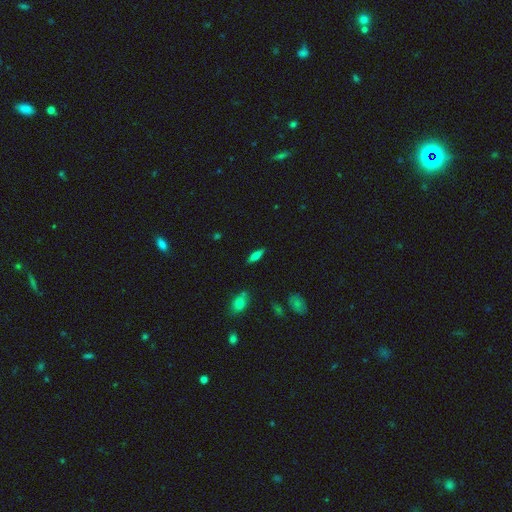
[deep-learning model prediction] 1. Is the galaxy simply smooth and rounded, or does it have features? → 58% smooth, 32% featured or disk, 9% star or artifact.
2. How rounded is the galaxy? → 54% in between, 43% cigar-shaped, 3% round.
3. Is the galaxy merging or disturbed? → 87% none, 9% minor disturbance, 2% major disturbance, 2% merger.